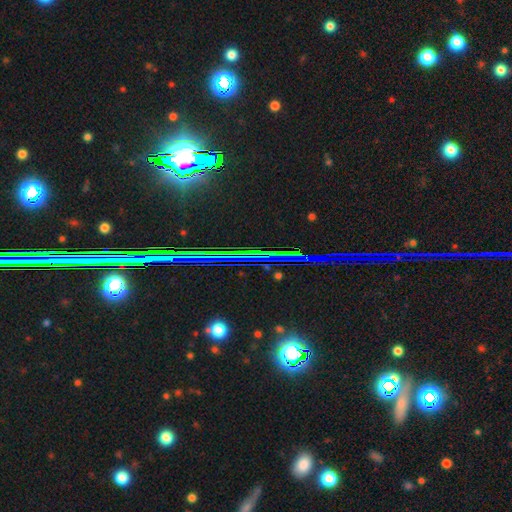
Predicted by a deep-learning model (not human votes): The model was most divided on "smooth or featured": star or artifact: 79%, featured or disk: 11%, smooth: 10%.